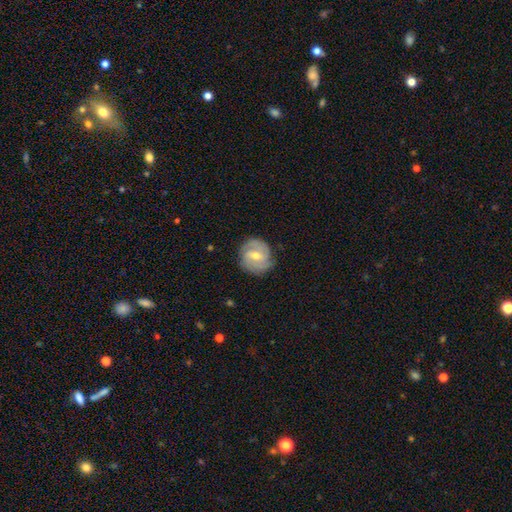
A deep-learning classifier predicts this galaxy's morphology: Smooth or featured? Predicted: featured or disk (p=0.78). Edge-on disk? Predicted: no (p=0.97). Bar? Predicted: weak (p=0.54). Spiral arms? Predicted: yes (p=0.93). Spiral winding? Predicted: tight (p=0.53). Spiral arm count? Predicted: 2 (p=0.54). Bulge size? Predicted: moderate (p=0.59). Merging? Predicted: none (p=0.81).